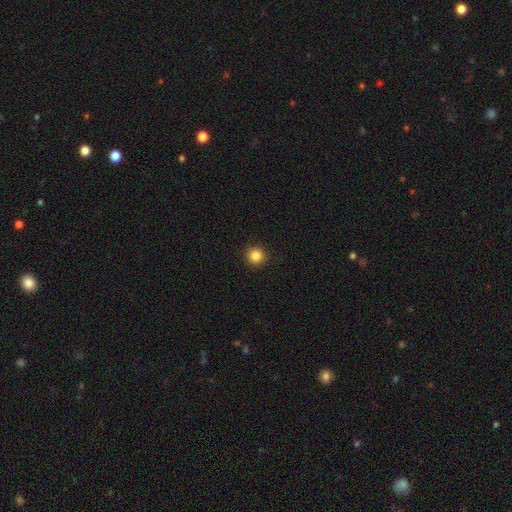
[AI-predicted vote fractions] Smooth or featured? Predicted: smooth (p=0.85). How rounded? Predicted: round (p=0.94). Merging? Predicted: none (p=0.92).